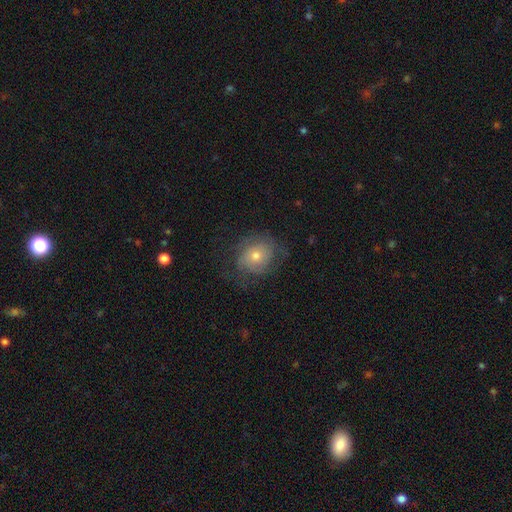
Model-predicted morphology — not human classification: smooth-or-featured: featured or disk: 46% | smooth: 44% | star or artifact: 10%
  merging: none: 65% | minor disturbance: 20% | major disturbance: 15% | merger: 1%